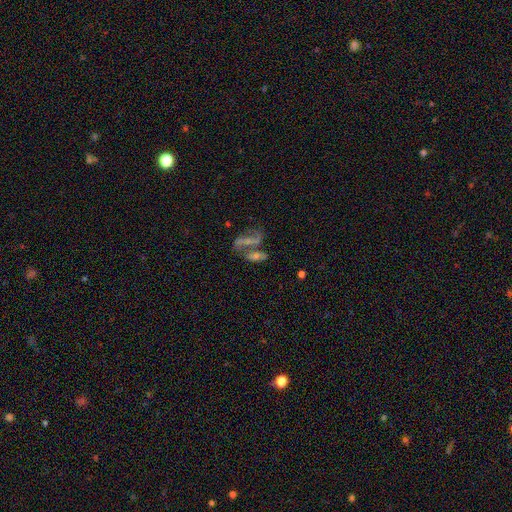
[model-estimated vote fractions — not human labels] This is possibly a featured or disk galaxy (51%). It is clearly not viewed edge-on (83%). Merging: possibly merger (49%).